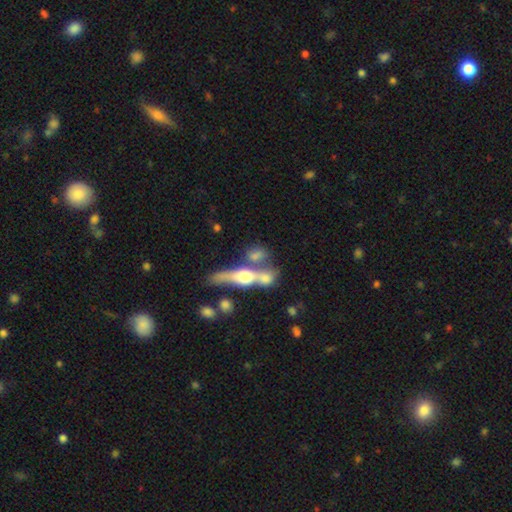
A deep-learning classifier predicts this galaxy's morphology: This appears to be a smooth galaxy with no disk features (45%). Merging: merger (41%).